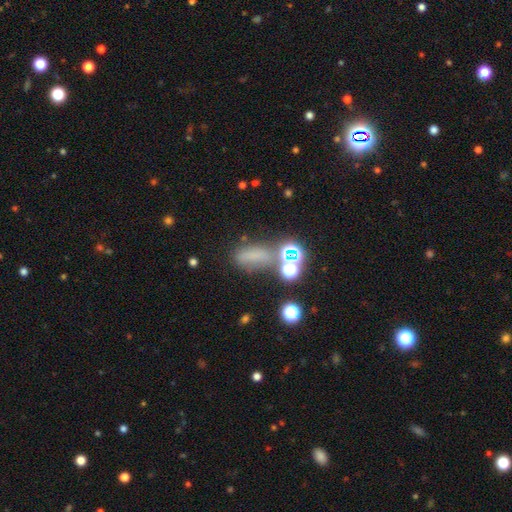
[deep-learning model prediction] This appears to be a smooth galaxy with no disk features (49%). Merging: none (48%).